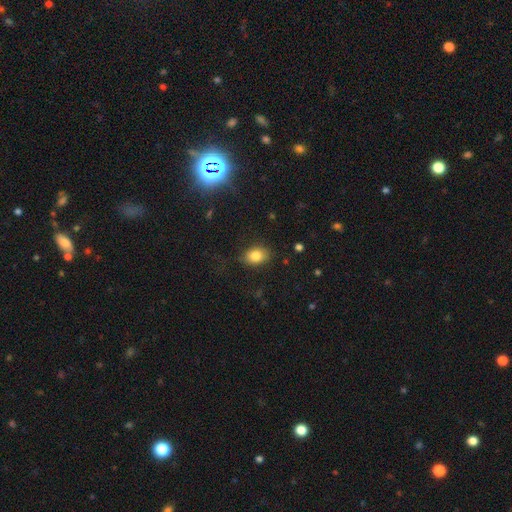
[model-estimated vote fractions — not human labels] This appears to be a smooth galaxy with no disk features (82%) that is in between round and cigar-shaped (72%). Merging: none (81%).